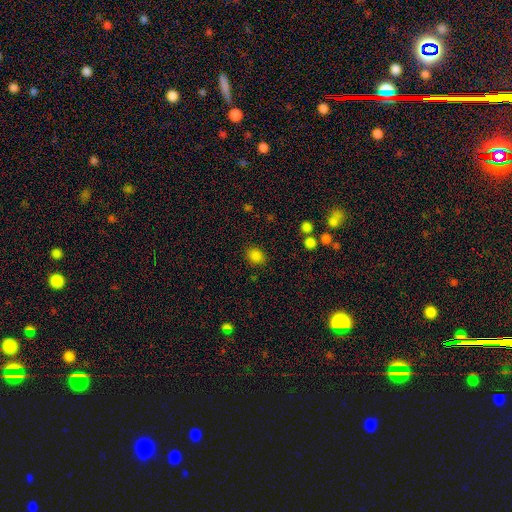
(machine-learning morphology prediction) The model was most divided on "how rounded": round: 58%, in between: 41%, cigar-shaped: 1%. More confident: merging — none (84%); smooth or featured — smooth (83%).